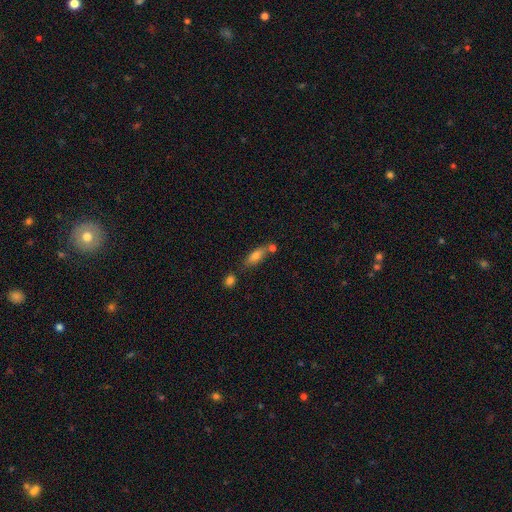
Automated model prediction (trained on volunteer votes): Overall: smooth (71%). How rounded: in between (64%; cigar-shaped 33%). Merging: none (59%; merger 22%).